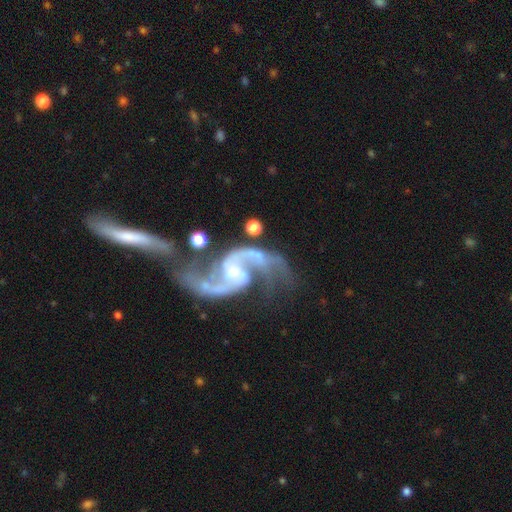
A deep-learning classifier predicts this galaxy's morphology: smooth-or-featured: featured or disk: 90% | star or artifact: 5% | smooth: 5%
  disk-edge-on: no: 98% | yes: 2%
    bar: weak: 43% | no: 42% | strong: 15%
    has-spiral-arms: yes: 97% | no: 3%
      spiral-winding: loose: 71% | medium: 24% | tight: 5%
      spiral-arm-count: 2: 92% | 1: 2% | can't tell: 2% | 3: 2% | 4: 1% | more than 4: 1%
    bulge-size: small: 49% | moderate: 34% | none: 11% | large: 4% | dominant: 2%
  merging: none: 44% | major disturbance: 22% | minor disturbance: 19% | merger: 16%